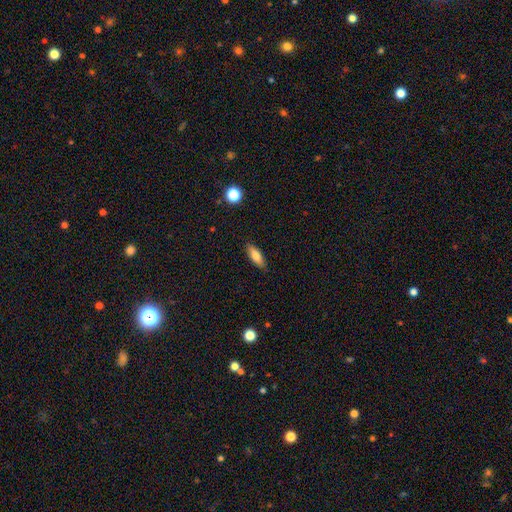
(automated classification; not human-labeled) Smooth or featured? smooth (77%)
How rounded? in between (67%)
Merging? none (86%)